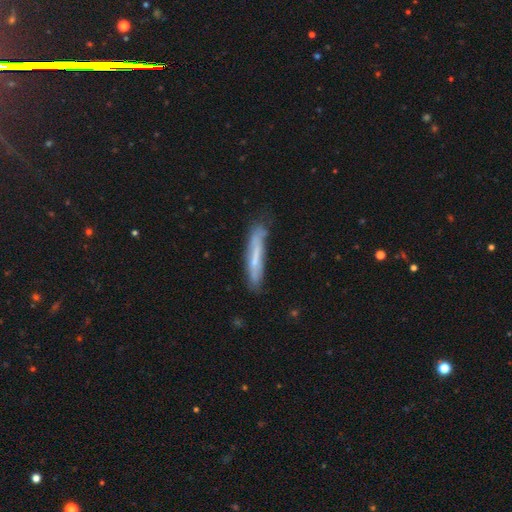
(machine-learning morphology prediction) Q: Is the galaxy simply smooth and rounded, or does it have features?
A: smooth — 49%.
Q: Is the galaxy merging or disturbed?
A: none — 67%.